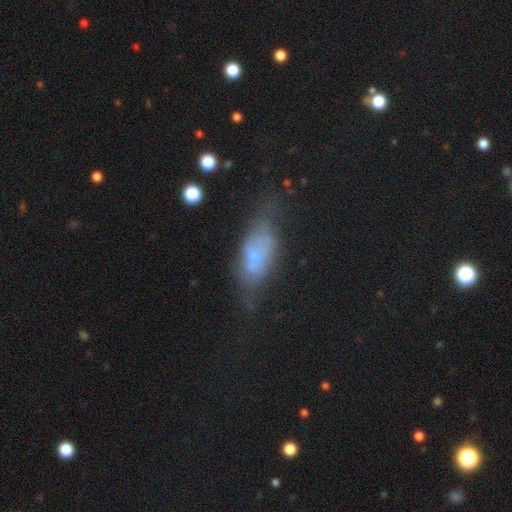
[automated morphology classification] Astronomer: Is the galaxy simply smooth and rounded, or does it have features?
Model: smooth — 50% (runner-up: featured or disk, 36%).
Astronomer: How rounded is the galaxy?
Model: in between — 77%.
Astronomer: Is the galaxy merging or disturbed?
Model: none — 41% (runner-up: minor disturbance, 27%).